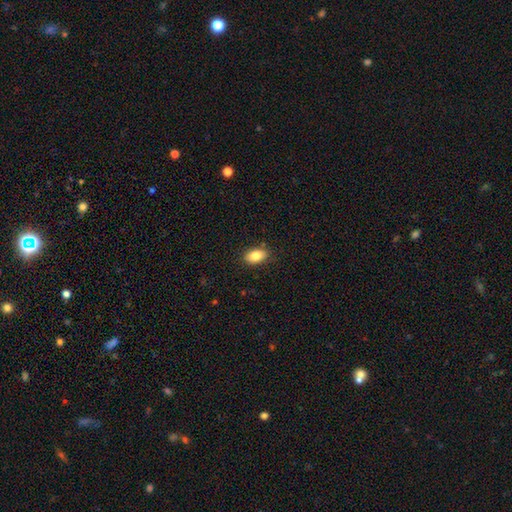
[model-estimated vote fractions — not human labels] smooth 84%, featured or disk 8%, star or artifact 8%. Down the decision tree: how rounded — in between (90%); merging — none (85%).